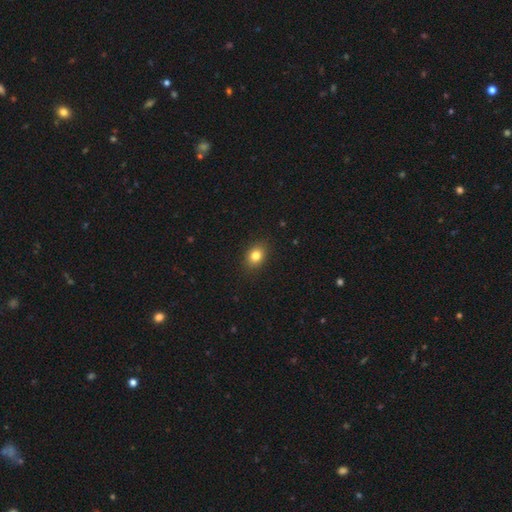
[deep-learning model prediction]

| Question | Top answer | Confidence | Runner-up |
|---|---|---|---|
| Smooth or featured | smooth | 82% | star or artifact (11%) |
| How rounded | in between | 58% | round (41%) |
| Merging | none | 89% | minor disturbance (8%) |